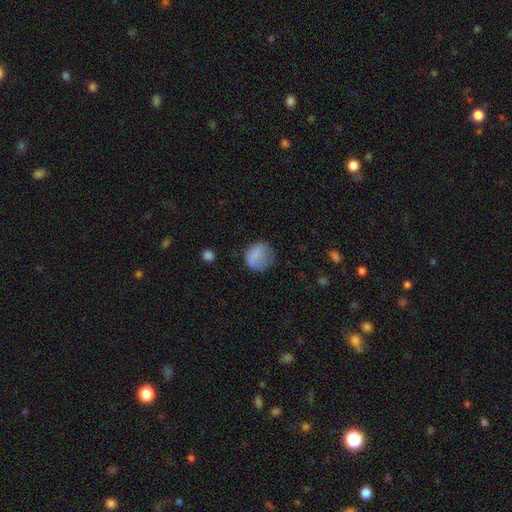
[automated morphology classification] The model was most divided on "merging": none: 61%, minor disturbance: 24%, major disturbance: 13%, merger: 2%. More confident: smooth or featured — smooth (80%); how rounded — round (76%).